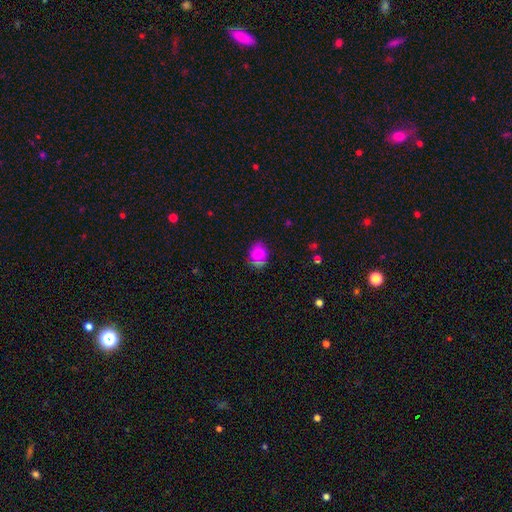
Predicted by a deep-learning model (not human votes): smooth 71%, featured or disk 15%, star or artifact 14%. Down the decision tree: how rounded — round (62%); merging — none (69%).